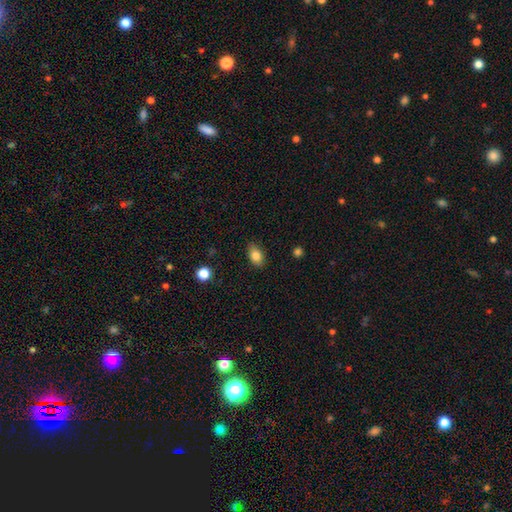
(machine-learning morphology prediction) type=smooth (83%); roundness=in between (84%); merging=none (85%).